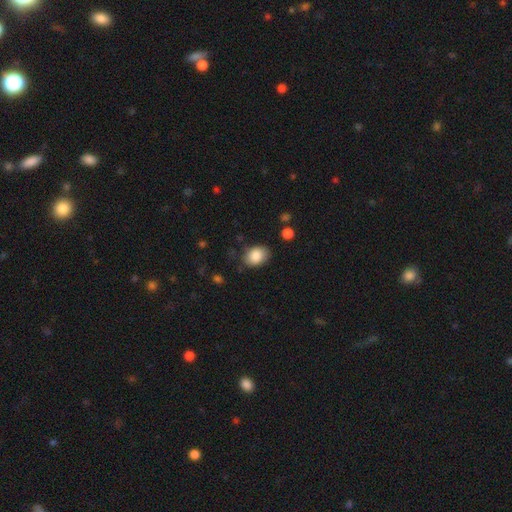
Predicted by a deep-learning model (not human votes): Smooth or featured: smooth — 87% (star or artifact — 8%)
How rounded: in between — 72% (round — 27%)
Merging: none — 78% (minor disturbance — 16%)